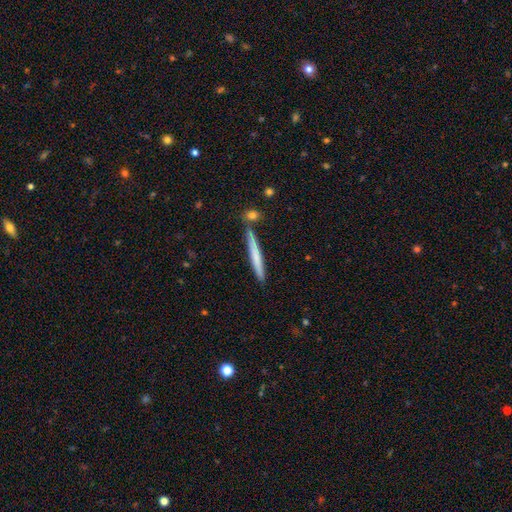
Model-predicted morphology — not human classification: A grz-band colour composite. It shows a smooth galaxy with no disk features (60%) that is cigar-shaped (96%). Merging: none (85%).